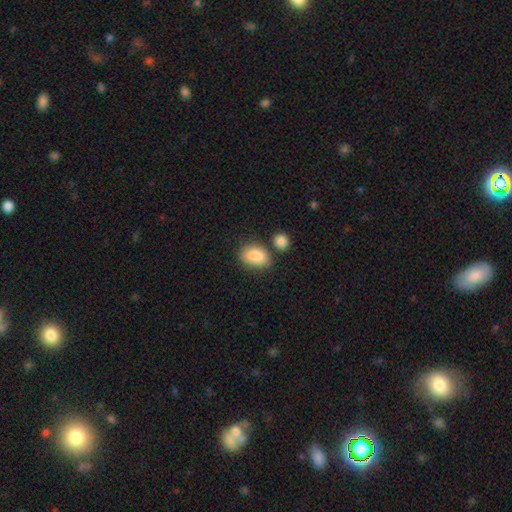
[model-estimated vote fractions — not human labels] This appears to be a smooth galaxy with no disk features (87%) that is in between round and cigar-shaped (84%). Merging: none (63%).